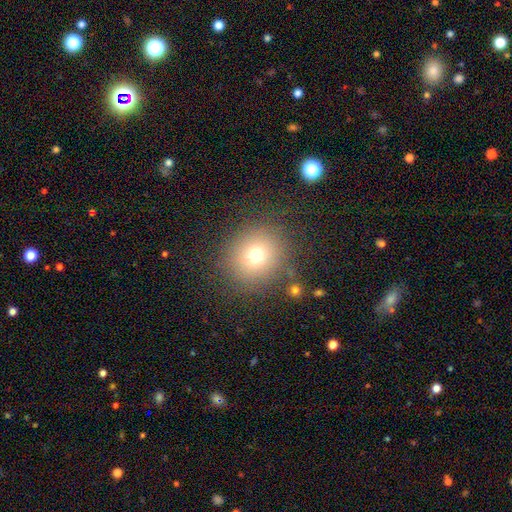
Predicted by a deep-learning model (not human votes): Smooth or featured? smooth (72%)
How rounded? round (87%)
Merging? none (82%)